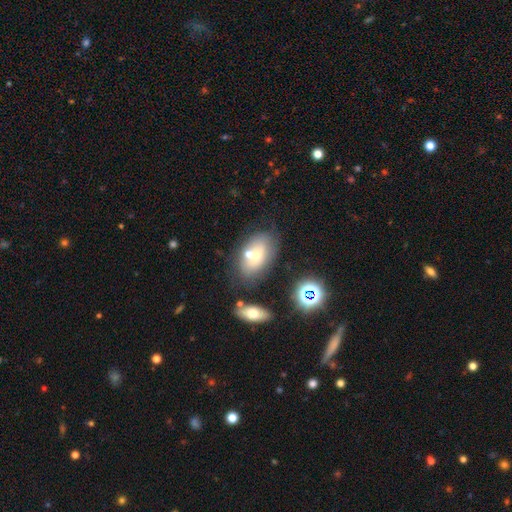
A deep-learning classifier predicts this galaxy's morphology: Q: Smooth or featured?
A: smooth (57%); runner-up: featured or disk (30%)
Q: How rounded?
A: in between (86%); runner-up: round (12%)
Q: Merging?
A: none (53%); runner-up: merger (24%)